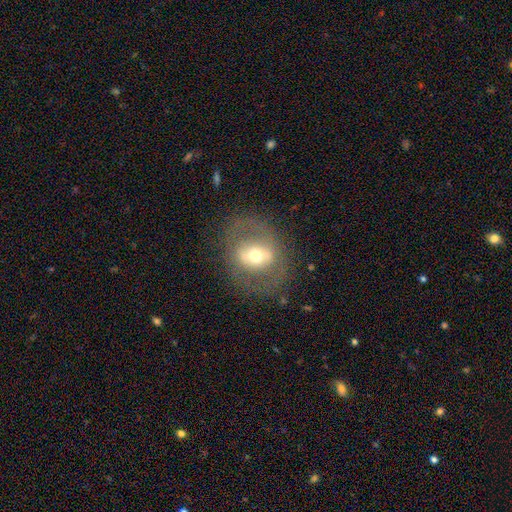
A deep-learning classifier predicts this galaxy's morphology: Smooth or featured?
  - featured or disk: 53% *
  - smooth: 38%
  - star or artifact: 9%
Edge-on disk?
  - no: 91% *
  - yes: 9%
Merging?
  - none: 74% *
  - minor disturbance: 13%
  - major disturbance: 11%
  - merger: 1%